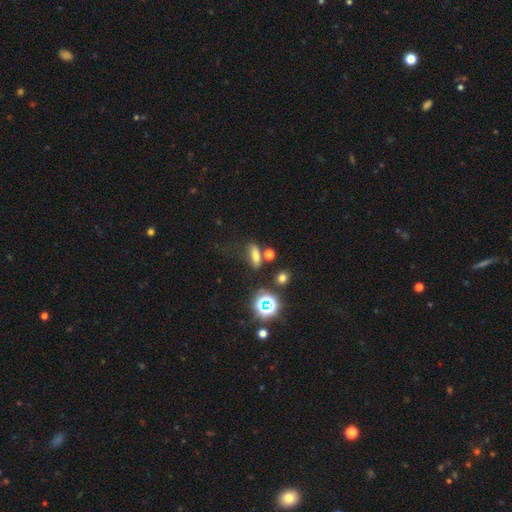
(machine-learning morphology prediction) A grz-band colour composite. It shows a smooth galaxy with no disk features (67%) that is in between round and cigar-shaped (56%). Merging: none (64%).